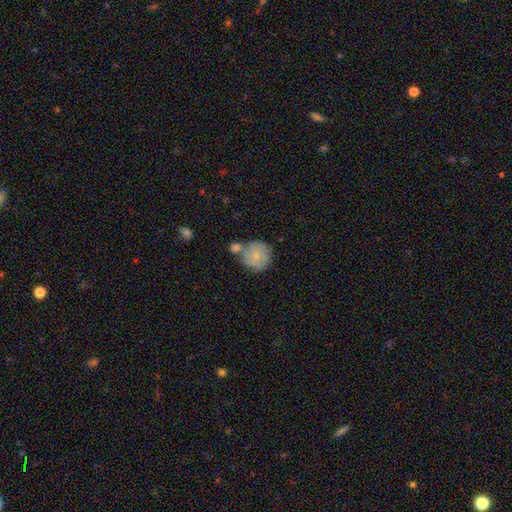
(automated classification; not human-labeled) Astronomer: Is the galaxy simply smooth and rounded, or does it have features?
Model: smooth — 68%.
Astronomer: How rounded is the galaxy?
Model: round — 90%.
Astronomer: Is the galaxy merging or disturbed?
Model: none — 48% (runner-up: merger, 29%).